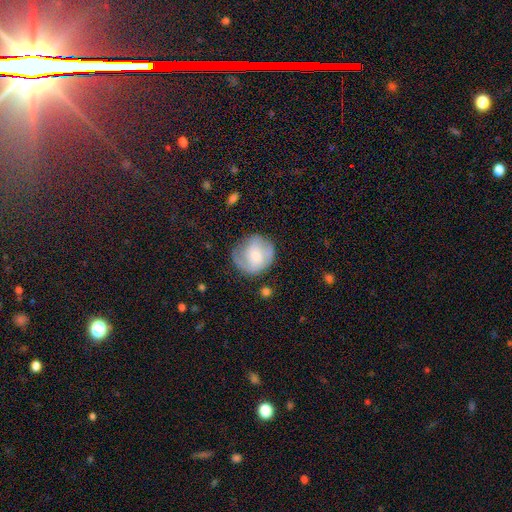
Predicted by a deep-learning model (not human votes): Overall: featured or disk (47%; smooth 46%). Merging: none (61%; minor disturbance 24%).